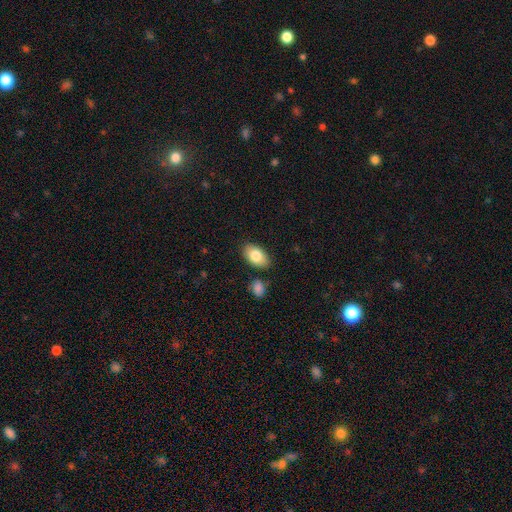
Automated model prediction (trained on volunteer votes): smooth 83%, featured or disk 11%, star or artifact 6%. Down the decision tree: how rounded — in between (93%); merging — none (84%).